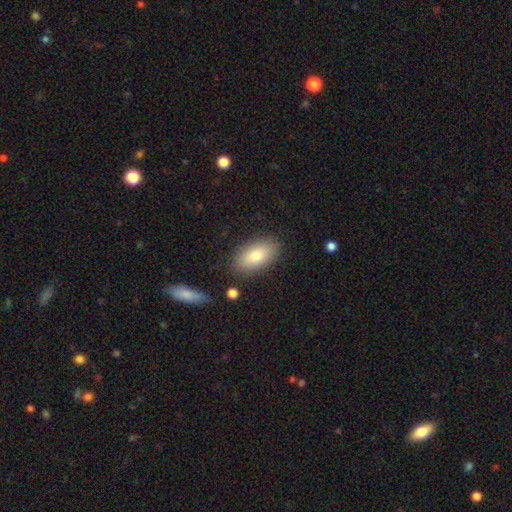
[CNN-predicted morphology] A smooth galaxy with no disk features (82%) that is in between round and cigar-shaped (92%). Merging: none (84%).